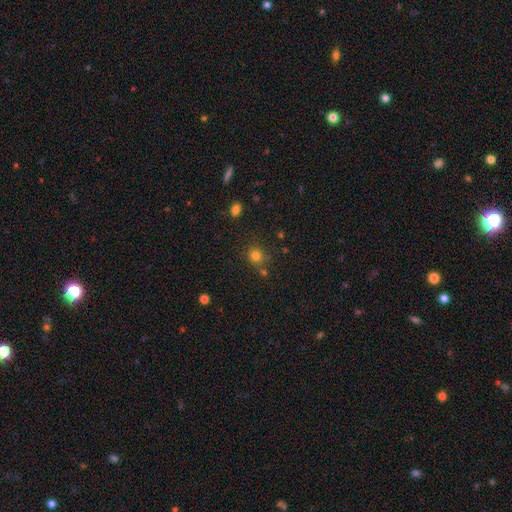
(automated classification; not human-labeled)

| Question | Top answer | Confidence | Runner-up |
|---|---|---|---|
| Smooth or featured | smooth | 78% | star or artifact (15%) |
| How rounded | round | 86% | in between (13%) |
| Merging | none | 70% | minor disturbance (13%) |